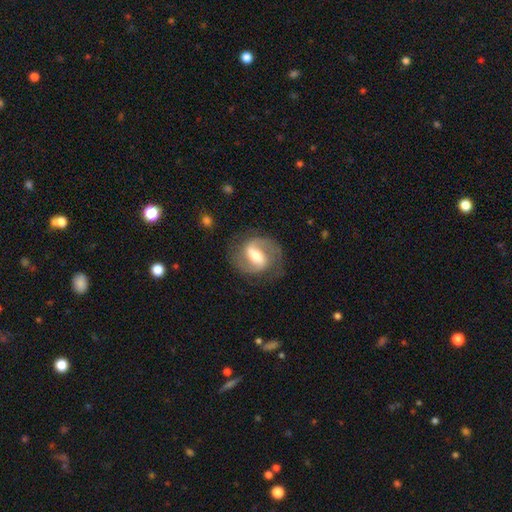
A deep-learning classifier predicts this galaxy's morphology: This appears to be a featured or disk galaxy (83%) with a strong bar (46%), 2 (89%) medium (53%) spiral arms (93%) and a moderate central bulge (65%). Merging: none (76%).